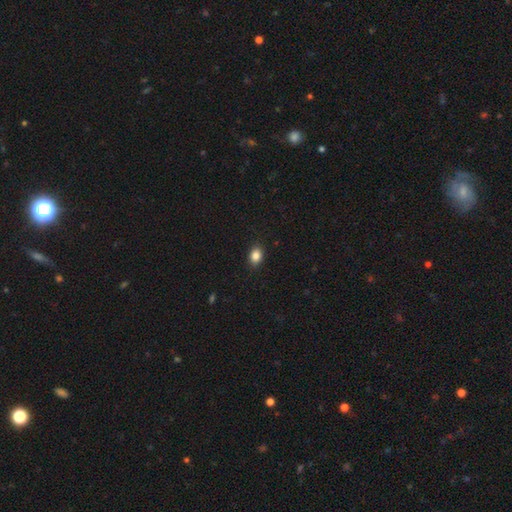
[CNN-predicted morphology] This appears to be a smooth galaxy with no disk features (86%) that is in between round and cigar-shaped (73%). Merging: none (89%).